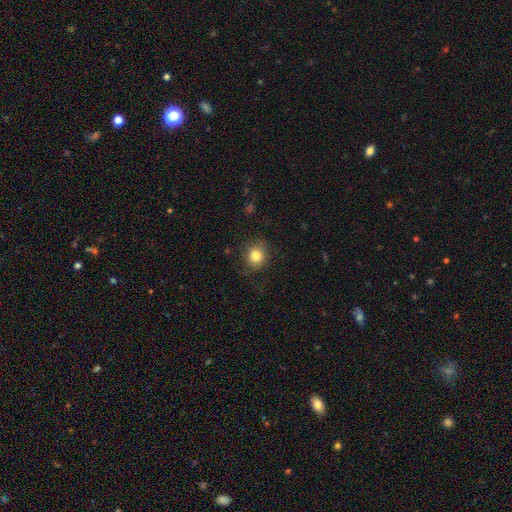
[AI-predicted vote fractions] Overall: smooth (82%). How rounded: round (81%). Merging: none (83%).